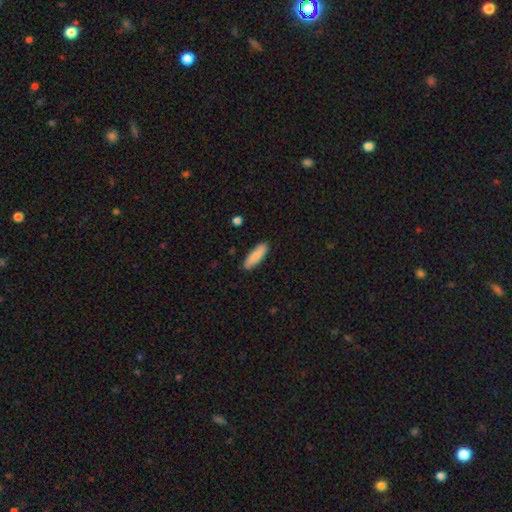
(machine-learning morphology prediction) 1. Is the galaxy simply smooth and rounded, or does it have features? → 85% smooth, 10% featured or disk, 6% star or artifact.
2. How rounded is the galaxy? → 50% in between, 48% cigar-shaped, 2% round.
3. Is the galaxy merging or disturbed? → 88% none, 9% minor disturbance, 2% major disturbance, 1% merger.